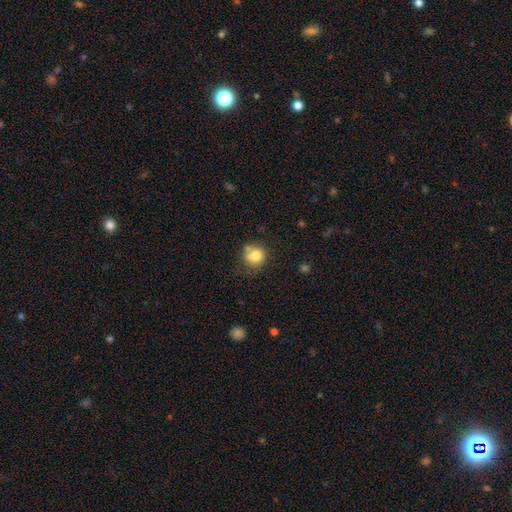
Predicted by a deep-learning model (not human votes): Q: Smooth or featured?
A: smooth (77%); runner-up: featured or disk (12%)
Q: How rounded?
A: round (83%); runner-up: in between (16%)
Q: Merging?
A: none (53%); runner-up: minor disturbance (21%)